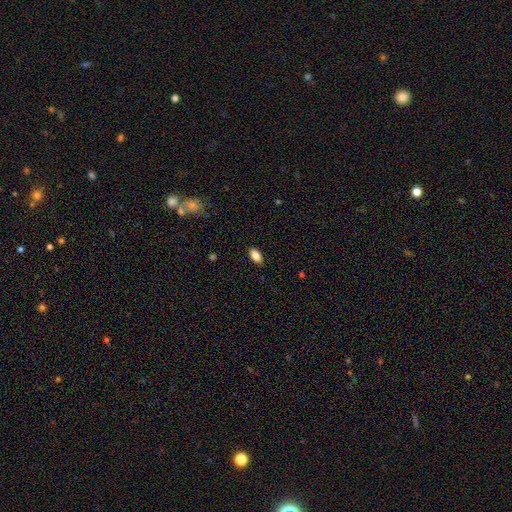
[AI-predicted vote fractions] A smooth galaxy with no disk features (84%) that is in between round and cigar-shaped (92%).

Vote fractions:
- Smooth or featured? smooth: 84% / star or artifact: 8% / featured or disk: 8%
- How rounded? in between: 92% / round: 4% / cigar-shaped: 4%
- Merging? none: 88% / minor disturbance: 9% / major disturbance: 2% / merger: 1%